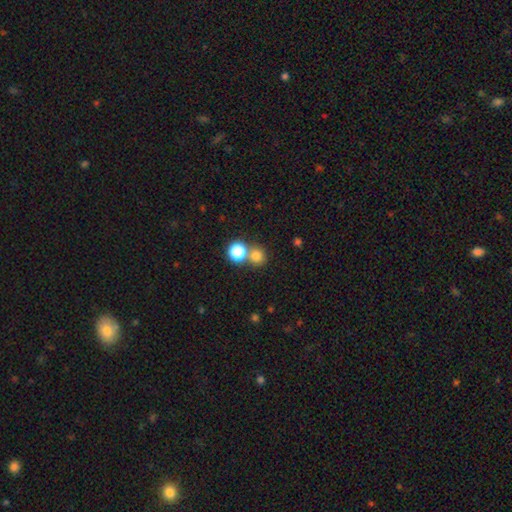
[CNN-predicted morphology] Smooth or featured? smooth (77%)
How rounded? round (88%)
Merging? none (58%)